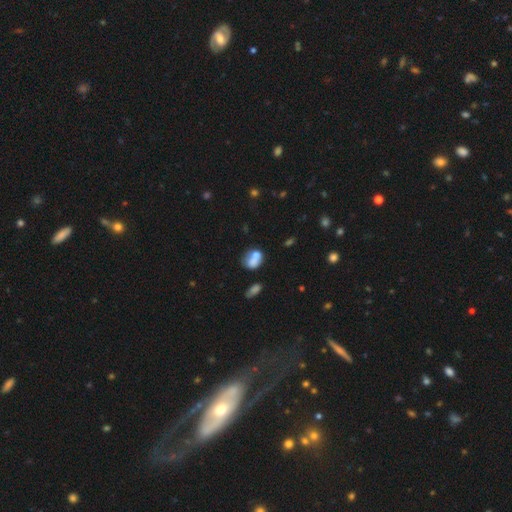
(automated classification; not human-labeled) Overall: smooth (70%). How rounded: in between (61%; round 37%). Merging: merger (46%; none 29%).